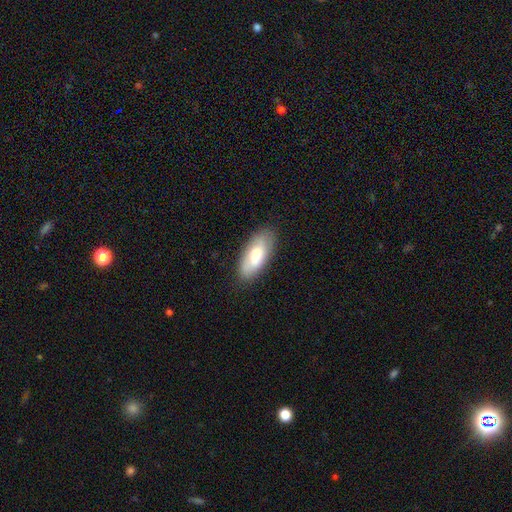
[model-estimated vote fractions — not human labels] The model was most divided on "smooth or featured": smooth: 75%, featured or disk: 19%, star or artifact: 6%. More confident: how rounded — in between (85%); merging — none (81%).